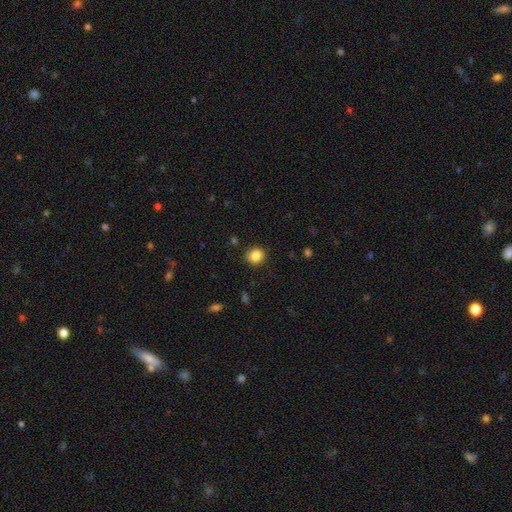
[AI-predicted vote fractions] Smooth or featured? Predicted: smooth (p=0.85). How rounded? Predicted: round (p=0.70). Merging? Predicted: none (p=0.85).